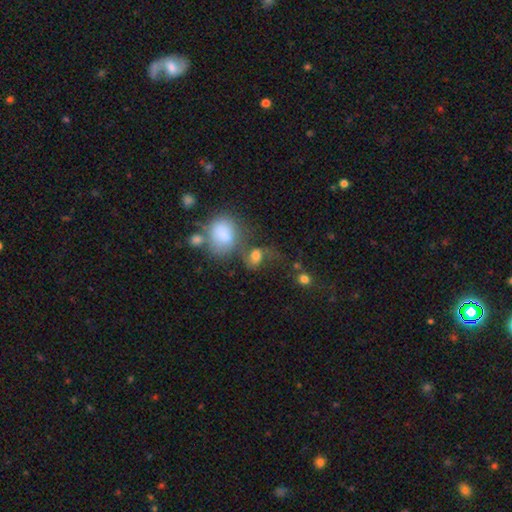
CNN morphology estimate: smooth-or-featured: smooth: 62% | featured or disk: 23% | star or artifact: 14%
  how-rounded: in between: 51% | round: 47% | cigar-shaped: 2%
  merging: none: 35% | merger: 28% | major disturbance: 20% | minor disturbance: 17%